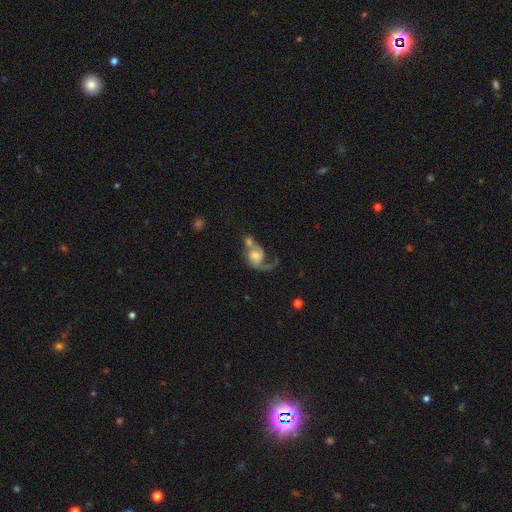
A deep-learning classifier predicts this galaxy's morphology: Q: Smooth or featured?
A: featured or disk (67%); runner-up: smooth (24%)
Q: Edge-on disk?
A: no (97%); runner-up: yes (3%)
Q: Bar?
A: no (69%); runner-up: weak (26%)
Q: Spiral arms?
A: yes (89%); runner-up: no (11%)
Q: Spiral winding?
A: loose (64%); runner-up: medium (28%)
Q: Spiral arm count?
A: 2 (51%); runner-up: 1 (43%)
Q: Bulge size?
A: moderate (29%); runner-up: small (24%)
Q: Merging?
A: merger (41%); runner-up: major disturbance (25%)